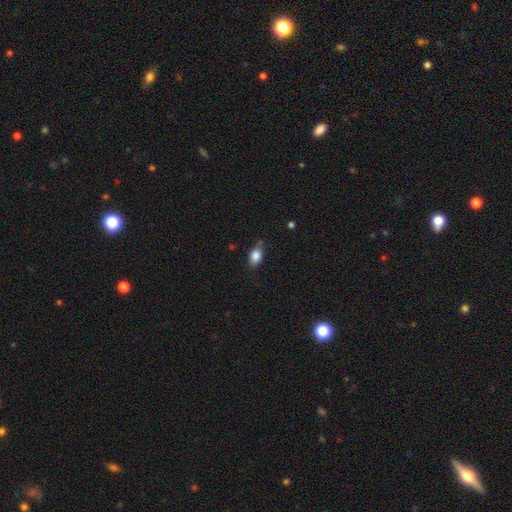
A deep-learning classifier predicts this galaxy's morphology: smooth 85%, star or artifact 8%, featured or disk 7%. Down the decision tree: how rounded — in between (82%); merging — none (73%).